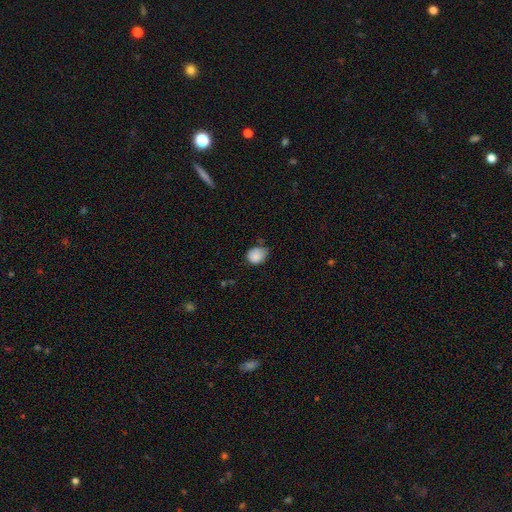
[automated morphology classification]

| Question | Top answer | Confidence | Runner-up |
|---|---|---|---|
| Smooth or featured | smooth | 86% | star or artifact (9%) |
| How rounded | round | 66% | in between (33%) |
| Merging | none | 51% | minor disturbance (39%) |